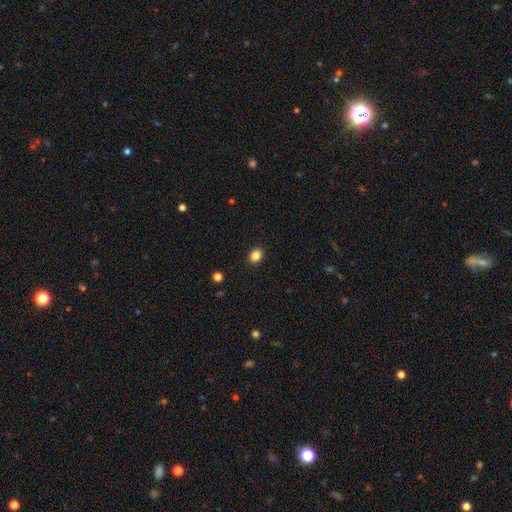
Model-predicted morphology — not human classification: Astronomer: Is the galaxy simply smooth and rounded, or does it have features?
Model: smooth — 85%.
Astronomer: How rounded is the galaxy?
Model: round — 61% (runner-up: in between, 39%).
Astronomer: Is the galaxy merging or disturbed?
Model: none — 91%.